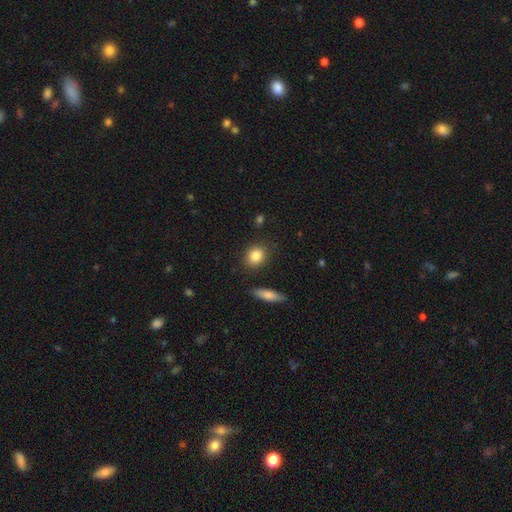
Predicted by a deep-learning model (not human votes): A smooth galaxy with no disk features (84%) that is round (59%). Merging: none (85%).